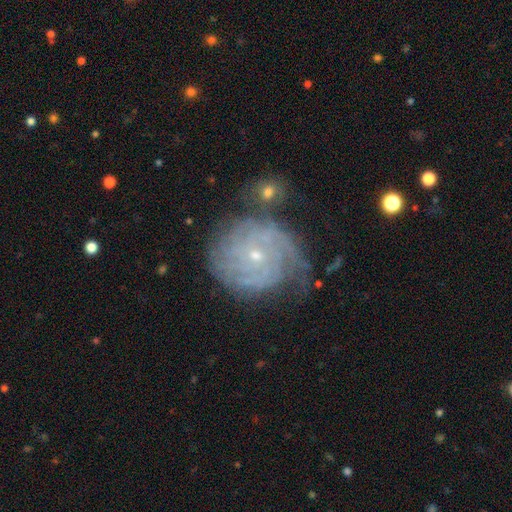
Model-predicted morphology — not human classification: This is clearly a featured or disk galaxy (81%). It is clearly not viewed edge-on (97%). Bar: likely no (76%). Spiral arm pattern: clearly yes (93%). Spiral arm count: marginally can't tell (43%). Spiral winding: likely tight (79%). Central bulge: clearly small (82%). Merging: likely none (61%).